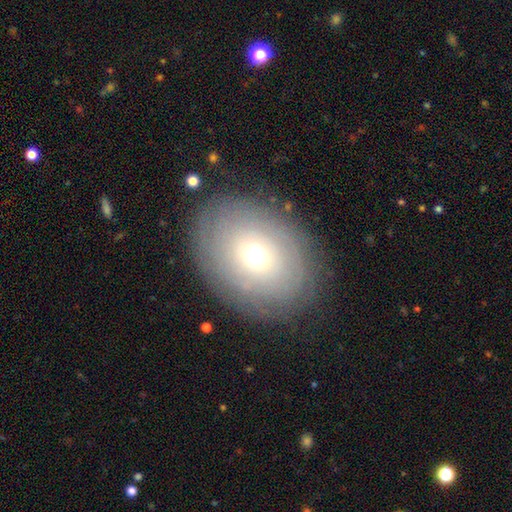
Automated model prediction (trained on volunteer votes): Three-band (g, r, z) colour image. It shows a smooth galaxy with no disk features (47%). Merging: none (83%).